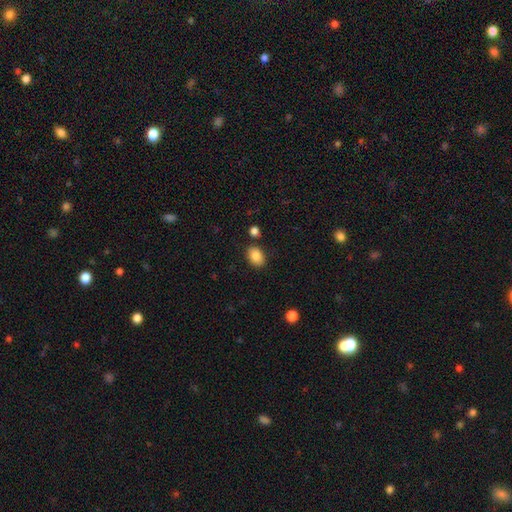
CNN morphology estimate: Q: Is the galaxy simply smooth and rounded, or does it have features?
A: smooth — 86%.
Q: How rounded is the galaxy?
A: in between — 81%.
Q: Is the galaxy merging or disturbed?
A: none — 82%.